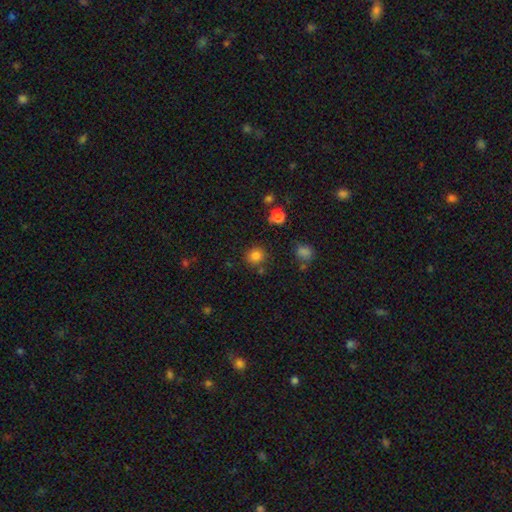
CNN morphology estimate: type=smooth (82%); roundness=round (88%); merging=none (82%).